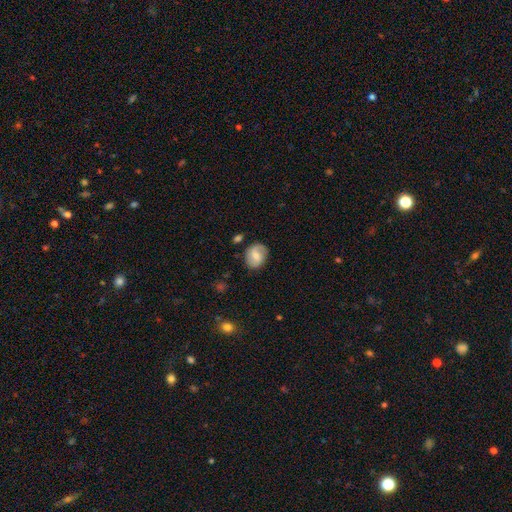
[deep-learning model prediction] Smooth or featured: smooth — 47% (featured or disk — 46%)
Merging: none — 76% (minor disturbance — 17%)